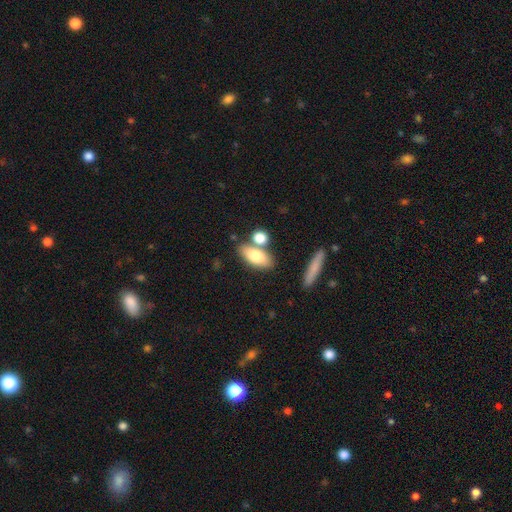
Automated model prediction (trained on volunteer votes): smooth 76%, featured or disk 18%, star or artifact 7%. Down the decision tree: how rounded — in between (80%); merging — none (58%).